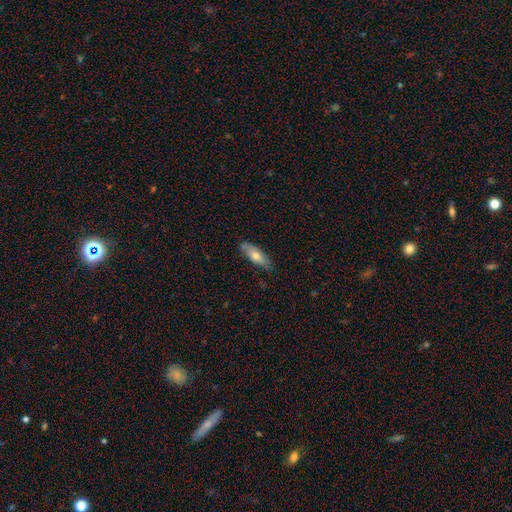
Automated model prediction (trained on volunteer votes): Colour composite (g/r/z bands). It shows a smooth galaxy with no disk features (65%) that is in between round and cigar-shaped (64%). Merging: none (75%).